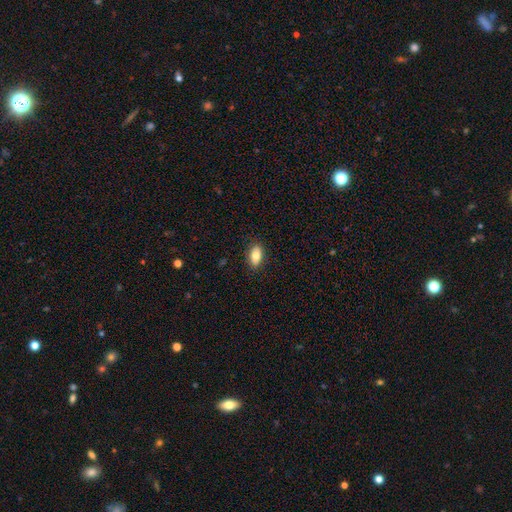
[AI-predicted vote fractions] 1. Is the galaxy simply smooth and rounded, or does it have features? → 82% smooth, 11% featured or disk, 7% star or artifact.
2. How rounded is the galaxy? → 90% in between, 5% round, 4% cigar-shaped.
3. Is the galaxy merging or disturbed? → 88% none, 9% minor disturbance, 2% major disturbance, 1% merger.